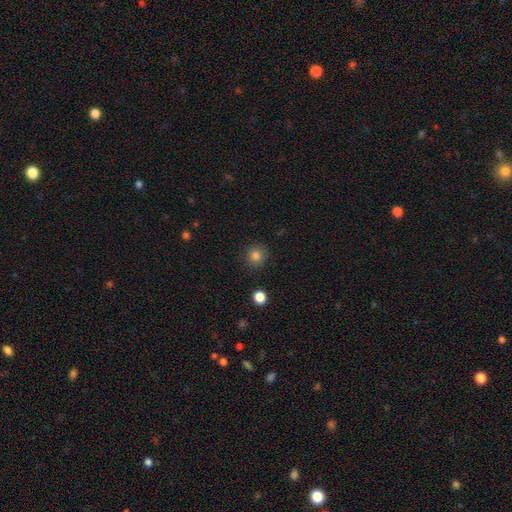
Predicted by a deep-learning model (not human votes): smooth-or-featured: smooth: 83% | star or artifact: 12% | featured or disk: 5%
  how-rounded: round: 92% | in between: 7% | cigar-shaped: 1%
  merging: none: 89% | minor disturbance: 7% | major disturbance: 2% | merger: 1%